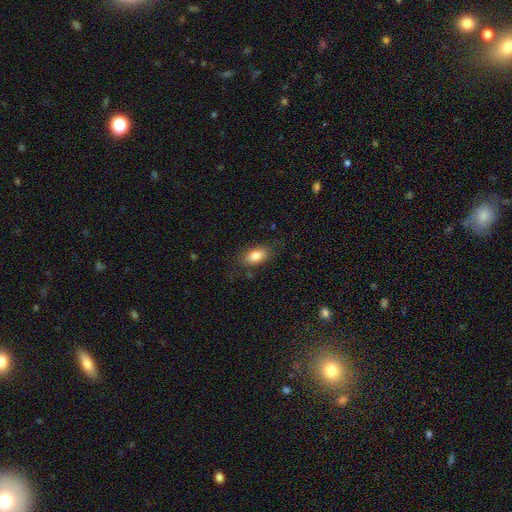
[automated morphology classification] Overall: smooth (83%). How rounded: in between (89%). Merging: none (78%).